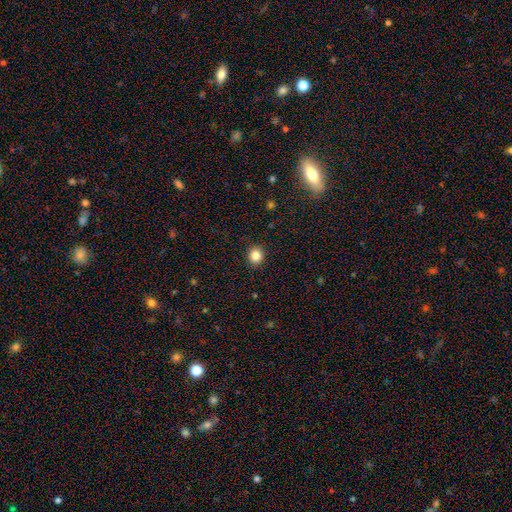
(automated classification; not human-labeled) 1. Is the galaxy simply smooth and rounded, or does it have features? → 84% smooth, 11% star or artifact, 5% featured or disk.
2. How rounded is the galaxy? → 83% round, 17% in between, 1% cigar-shaped.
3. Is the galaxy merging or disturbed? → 92% none, 5% minor disturbance, 2% major disturbance, 1% merger.